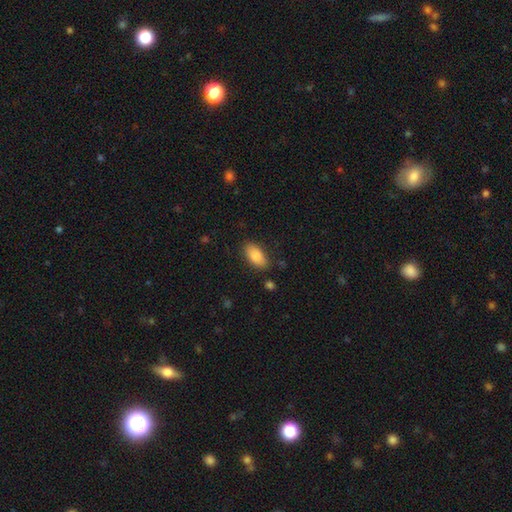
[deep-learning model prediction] Smooth or featured?
  - smooth: 87% *
  - star or artifact: 7%
  - featured or disk: 6%
How rounded?
  - in between: 92% *
  - cigar-shaped: 5%
  - round: 3%
Merging?
  - none: 82% *
  - minor disturbance: 13%
  - major disturbance: 3%
  - merger: 2%